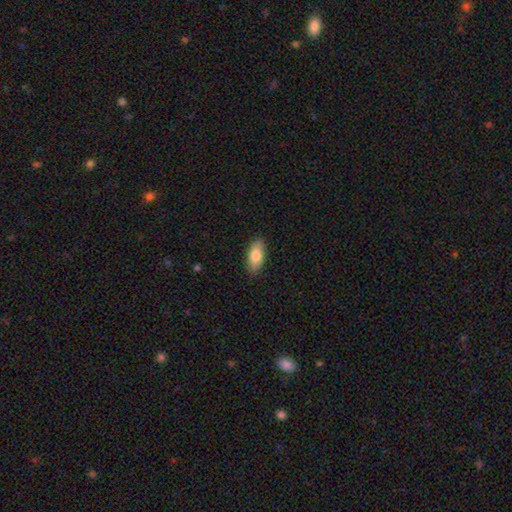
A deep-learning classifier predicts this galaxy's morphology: This appears to be a smooth galaxy with no disk features (81%) that is in between round and cigar-shaped (88%). Merging: none (88%).